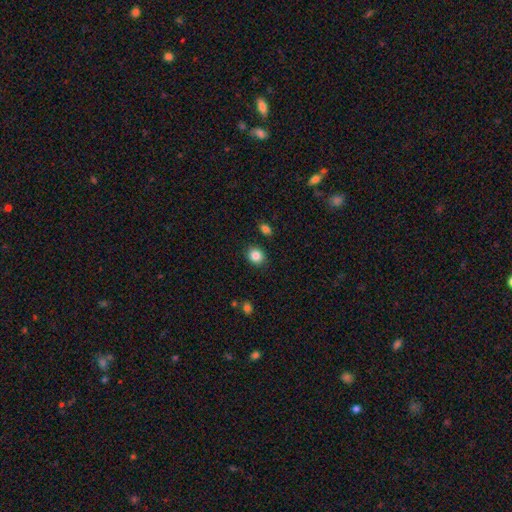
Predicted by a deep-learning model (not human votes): Smooth or featured? smooth (86%)
How rounded? round (70%)
Merging? none (87%)